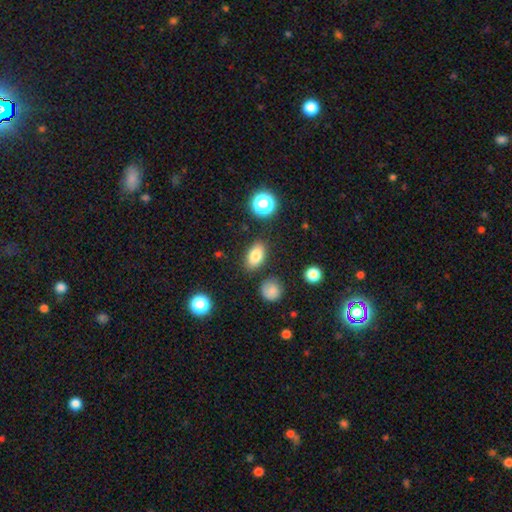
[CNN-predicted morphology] smooth_or_featured: smooth (p=0.81) [alt: star or artifact p=0.10]
how_rounded: in between (p=0.87) [alt: round p=0.10]
merging: none (p=0.83) [alt: minor disturbance p=0.10]